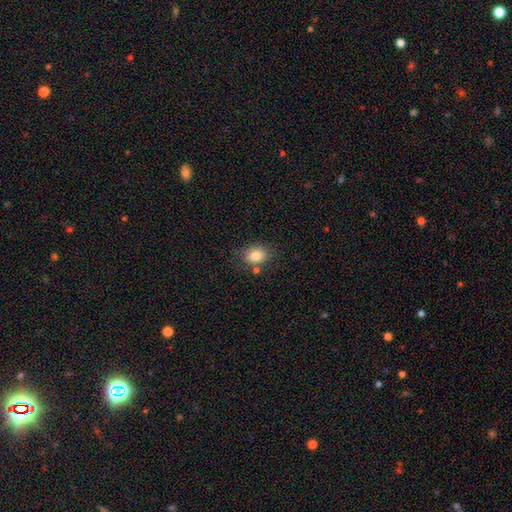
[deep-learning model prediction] Q: Smooth or featured?
A: smooth (83%); runner-up: star or artifact (10%)
Q: How rounded?
A: in between (54%); runner-up: round (45%)
Q: Merging?
A: none (73%); runner-up: minor disturbance (14%)